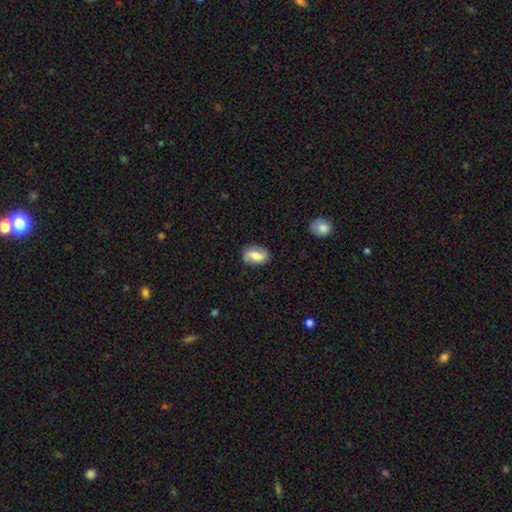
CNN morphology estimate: Smooth or featured: smooth — 49% (featured or disk — 43%)
Merging: none — 80% (minor disturbance — 15%)